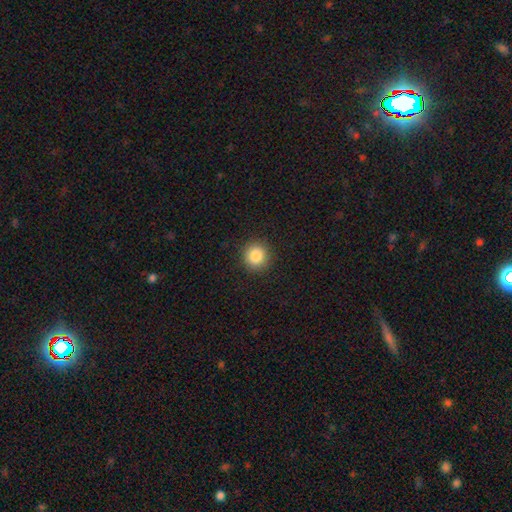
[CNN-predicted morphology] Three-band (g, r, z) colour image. It shows a smooth galaxy with no disk features (85%) that is round (92%). Merging: none (91%).